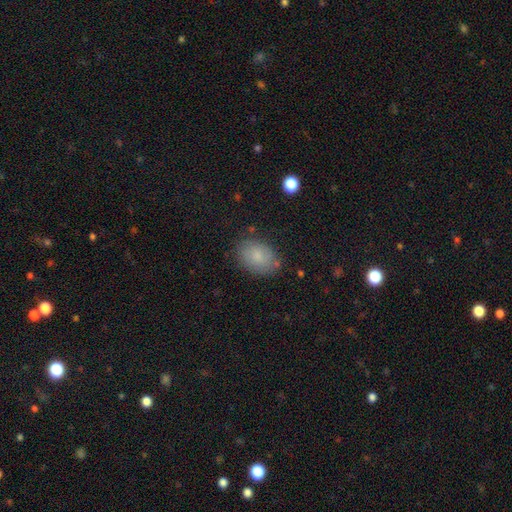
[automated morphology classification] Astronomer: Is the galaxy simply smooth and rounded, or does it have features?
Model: smooth — 81%.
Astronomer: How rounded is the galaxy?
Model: in between — 80%.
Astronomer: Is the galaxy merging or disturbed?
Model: none — 78%.